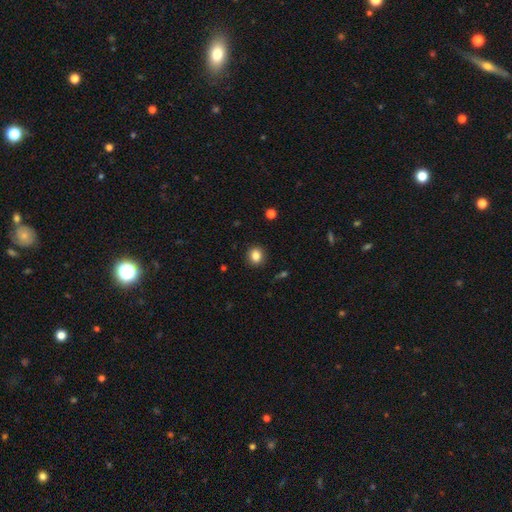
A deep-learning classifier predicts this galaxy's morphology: This is clearly a smooth galaxy (85%). How rounded: likely round (72%). Merging: clearly none (90%).